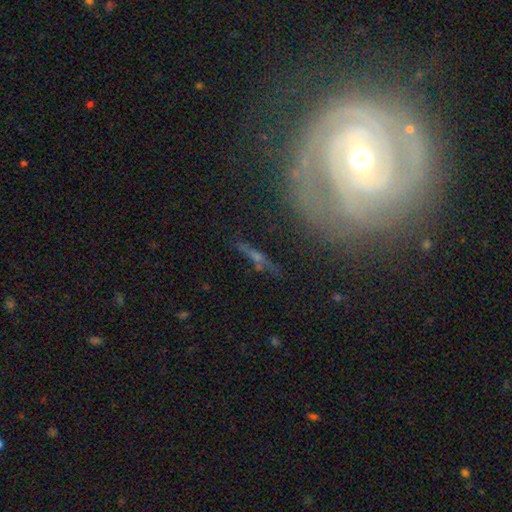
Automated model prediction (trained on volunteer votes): A featured or disk galaxy (53%) viewed edge-on (69%). Merging: none (70%).